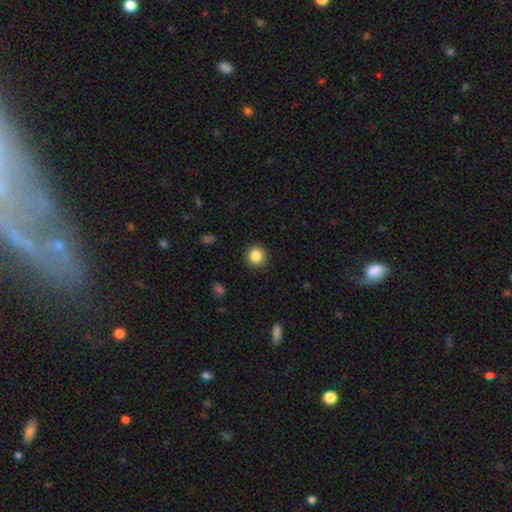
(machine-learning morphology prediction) The model was most divided on "smooth or featured": smooth: 85%, star or artifact: 9%, featured or disk: 5%. More confident: how rounded — round (93%); merging — none (91%).